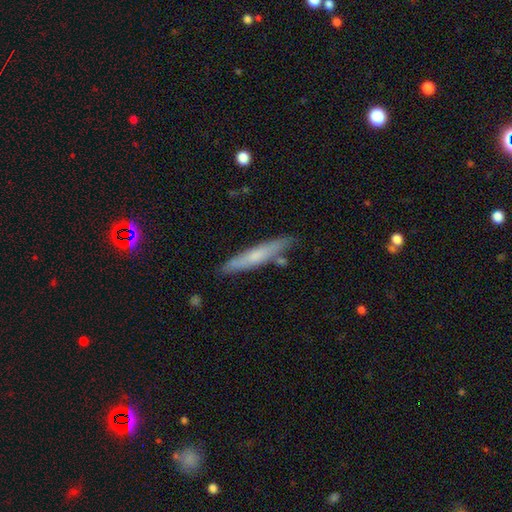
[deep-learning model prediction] Smooth or featured: smooth — 56% (featured or disk — 38%)
How rounded: cigar-shaped — 92% (in between — 7%)
Merging: none — 81% (minor disturbance — 13%)